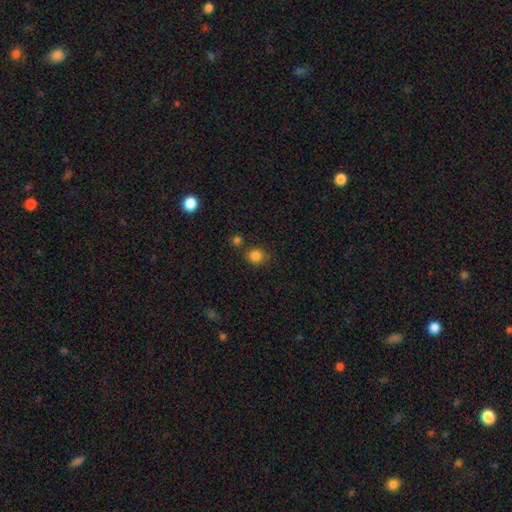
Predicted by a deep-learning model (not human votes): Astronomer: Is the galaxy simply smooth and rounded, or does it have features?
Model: smooth — 83%.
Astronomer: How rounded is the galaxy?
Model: round — 83%.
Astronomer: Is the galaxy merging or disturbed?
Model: none — 75%.